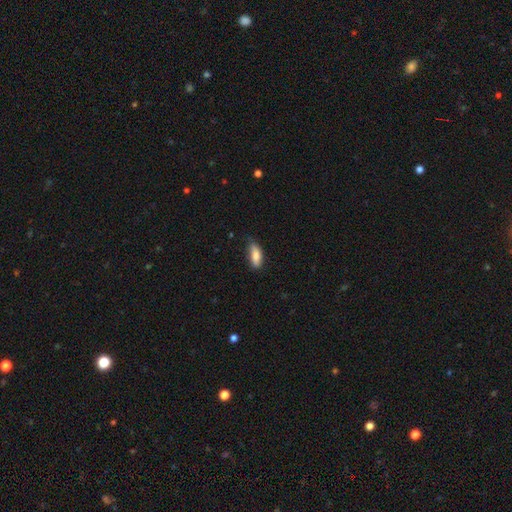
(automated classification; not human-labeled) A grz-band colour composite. It shows a smooth galaxy with no disk features (85%) that is in between round and cigar-shaped (79%). Merging: none (63%).